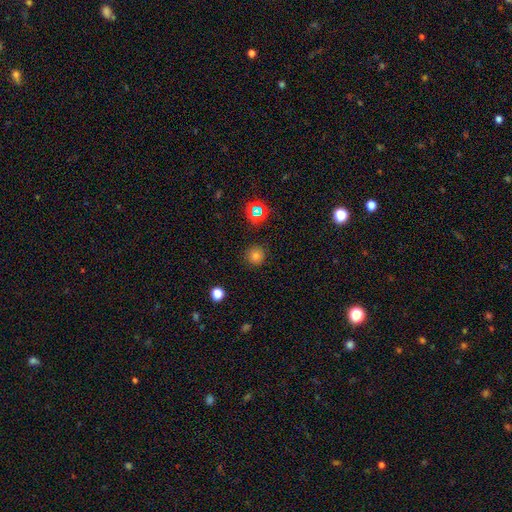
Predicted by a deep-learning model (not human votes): This is likely a smooth galaxy (75%). How rounded: clearly round (96%). Merging: clearly none (90%).